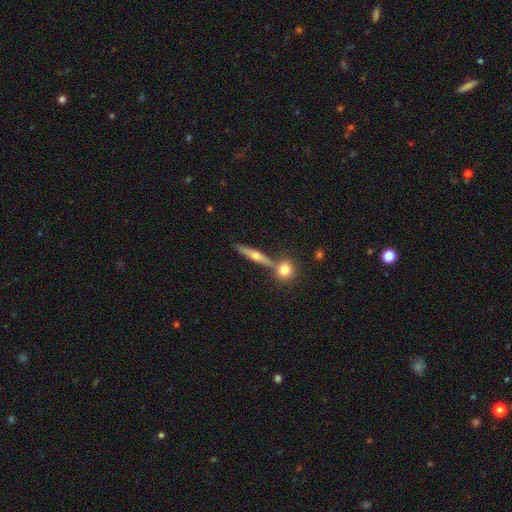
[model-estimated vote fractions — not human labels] Smooth or featured: featured or disk — 53% (smooth — 40%)
Edge-on disk: yes — 90% (no — 10%)
Merging: none — 70% (merger — 18%)